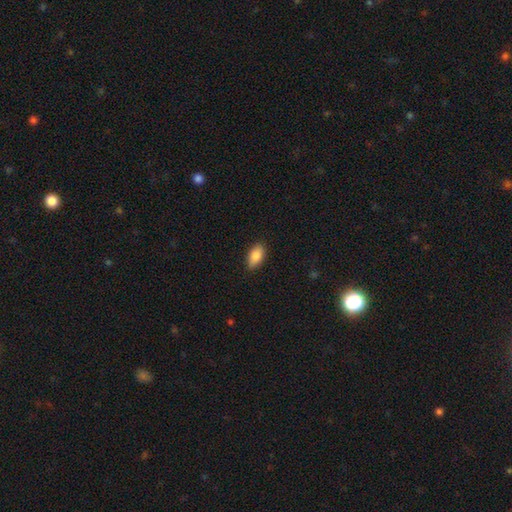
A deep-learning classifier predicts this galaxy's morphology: Q: Smooth or featured?
A: smooth (87%); runner-up: star or artifact (7%)
Q: How rounded?
A: in between (92%); runner-up: cigar-shaped (4%)
Q: Merging?
A: none (86%); runner-up: minor disturbance (11%)